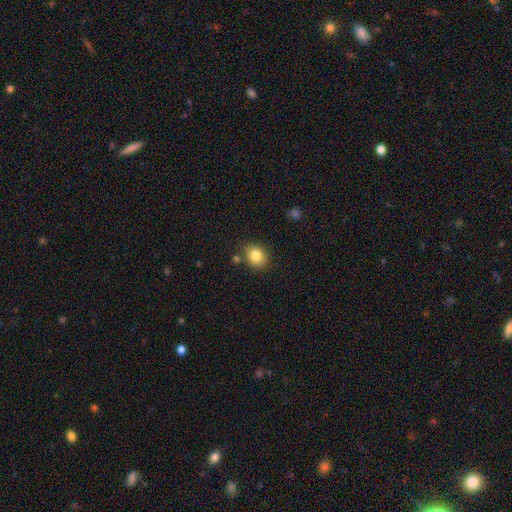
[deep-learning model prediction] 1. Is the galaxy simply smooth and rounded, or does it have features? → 83% smooth, 10% star or artifact, 7% featured or disk.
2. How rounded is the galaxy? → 66% round, 34% in between, 1% cigar-shaped.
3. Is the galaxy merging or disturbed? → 81% none, 11% minor disturbance, 6% merger, 3% major disturbance.